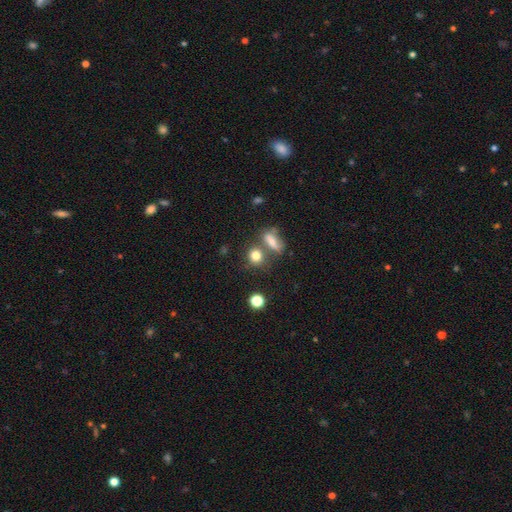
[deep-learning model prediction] Q: Smooth or featured?
A: smooth (78%); runner-up: star or artifact (12%)
Q: How rounded?
A: round (74%); runner-up: in between (23%)
Q: Merging?
A: none (60%); runner-up: merger (24%)